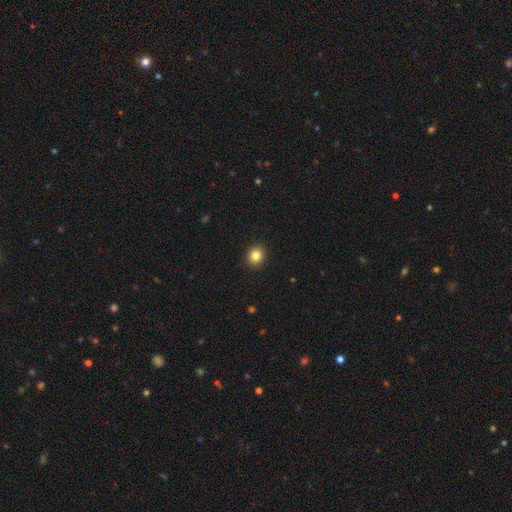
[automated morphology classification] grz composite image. It shows a smooth galaxy with no disk features (84%) that is round (77%). Merging: none (93%).